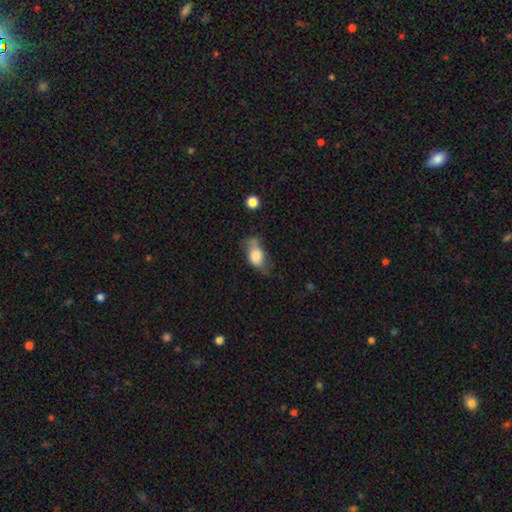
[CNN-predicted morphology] Smooth or featured?
  - smooth: 63% *
  - featured or disk: 29%
  - star or artifact: 8%
How rounded?
  - in between: 83% *
  - round: 12%
  - cigar-shaped: 5%
Merging?
  - none: 48% *
  - minor disturbance: 31%
  - major disturbance: 18%
  - merger: 4%